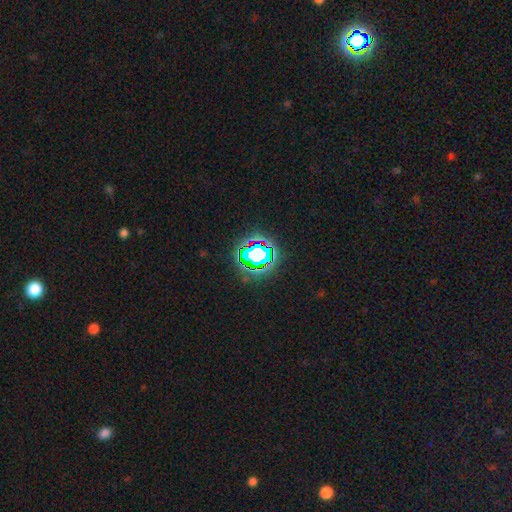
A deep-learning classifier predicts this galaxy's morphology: This appears to be a star or artifact, not a galaxy (61%).